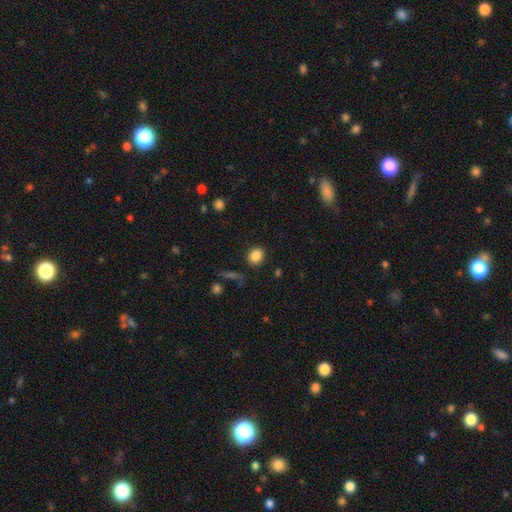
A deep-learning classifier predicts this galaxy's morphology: Smooth or featured: smooth — 86% (star or artifact — 10%)
How rounded: round — 77% (in between — 22%)
Merging: none — 87% (minor disturbance — 8%)